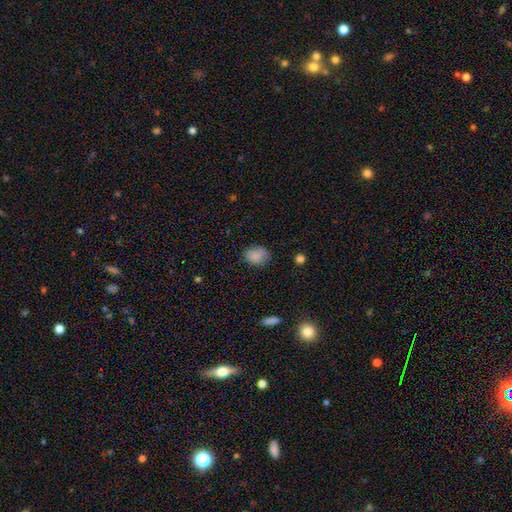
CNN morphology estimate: type=smooth (84%); roundness=in between (61%); merging=none (74%).